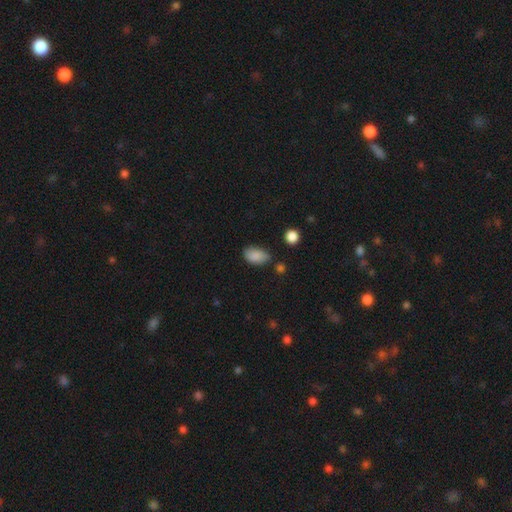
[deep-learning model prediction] This appears to be a smooth galaxy with no disk features (86%) that is in between round and cigar-shaped (90%). Merging: none (64%).